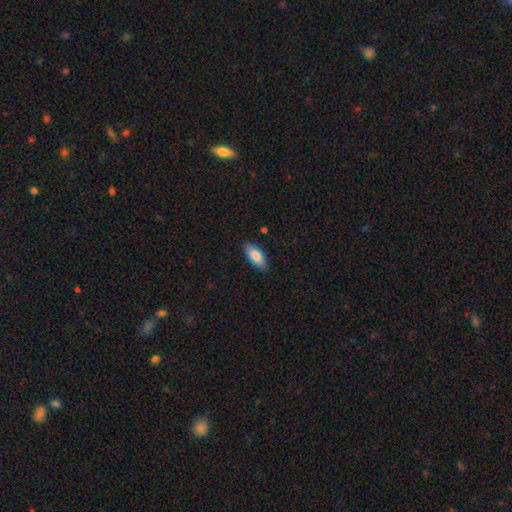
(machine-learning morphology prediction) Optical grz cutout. It shows a smooth galaxy with no disk features (84%) that is in between round and cigar-shaped (80%). Merging: none (86%).